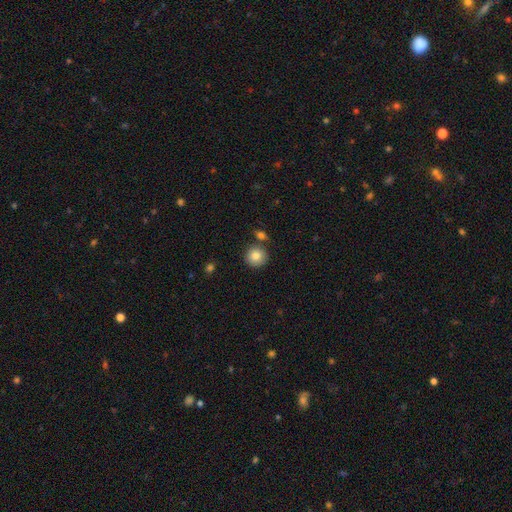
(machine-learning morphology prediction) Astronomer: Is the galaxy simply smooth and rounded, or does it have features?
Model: smooth — 84%.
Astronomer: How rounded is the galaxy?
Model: round — 92%.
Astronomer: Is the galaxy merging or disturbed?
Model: none — 79%.